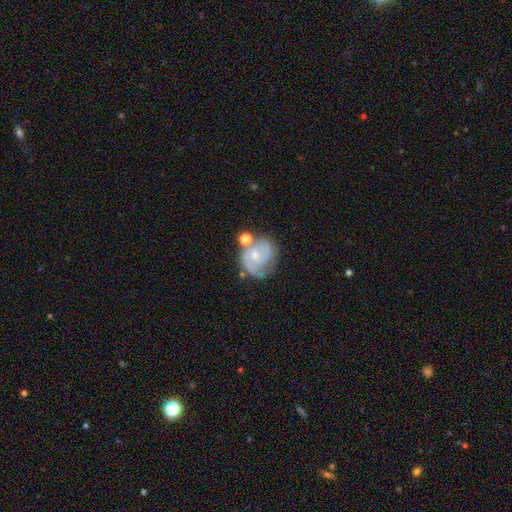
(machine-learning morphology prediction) The model was most divided on "spiral winding": tight: 44%, medium: 42%, loose: 14%. More confident: edge-on disk — no (98%); spiral arms — yes (88%); smooth or featured — featured or disk (75%); spiral arm count — 2 (63%); bulge size — small (60%); bar — no (55%); merging — none (52%).